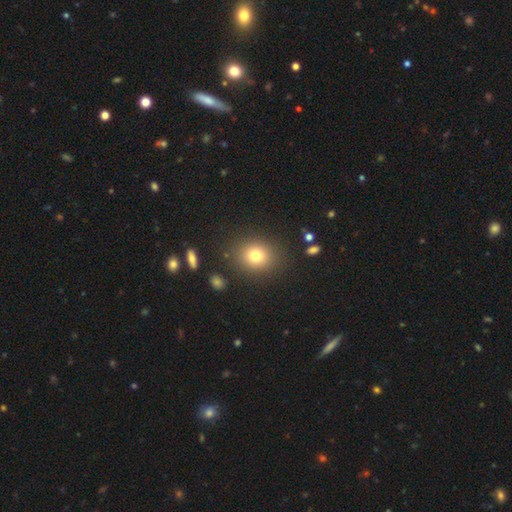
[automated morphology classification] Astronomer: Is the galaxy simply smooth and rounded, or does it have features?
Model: smooth — 77%.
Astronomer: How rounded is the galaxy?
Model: round — 73%.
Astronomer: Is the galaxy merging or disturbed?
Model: none — 86%.